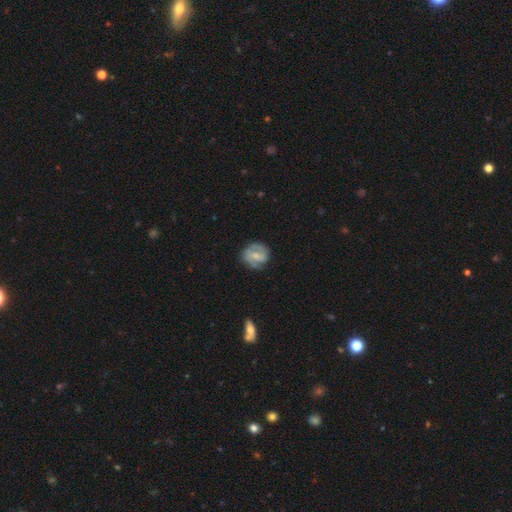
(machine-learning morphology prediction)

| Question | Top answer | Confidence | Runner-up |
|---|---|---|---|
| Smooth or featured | featured or disk | 55% | smooth (38%) |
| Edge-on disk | no | 97% | yes (3%) |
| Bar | weak | 47% | no (37%) |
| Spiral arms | yes | 77% | no (23%) |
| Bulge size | small | 49% | moderate (35%) |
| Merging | none | 67% | minor disturbance (23%) |